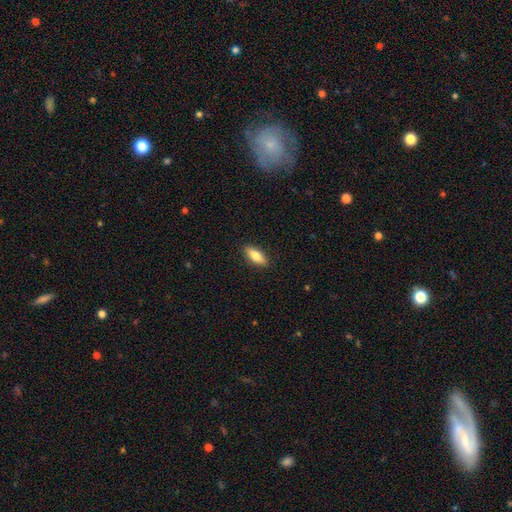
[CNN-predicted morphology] The model was most divided on "how rounded": in between: 71%, cigar-shaped: 26%, round: 3%. More confident: merging — none (89%); smooth or featured — smooth (75%).